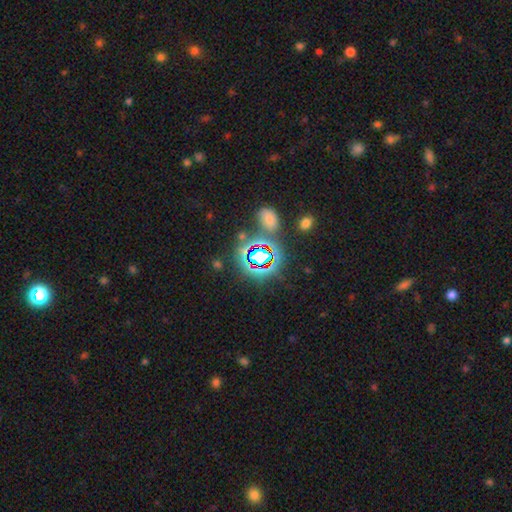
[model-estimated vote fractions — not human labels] A star or artifact, not a galaxy (70%).